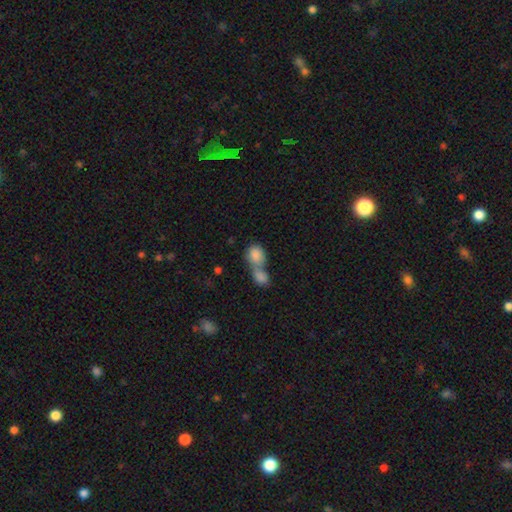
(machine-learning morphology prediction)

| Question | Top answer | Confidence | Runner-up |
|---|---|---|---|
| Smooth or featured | smooth | 85% | featured or disk (8%) |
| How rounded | in between | 58% | round (40%) |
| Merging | merger | 74% | none (16%) |